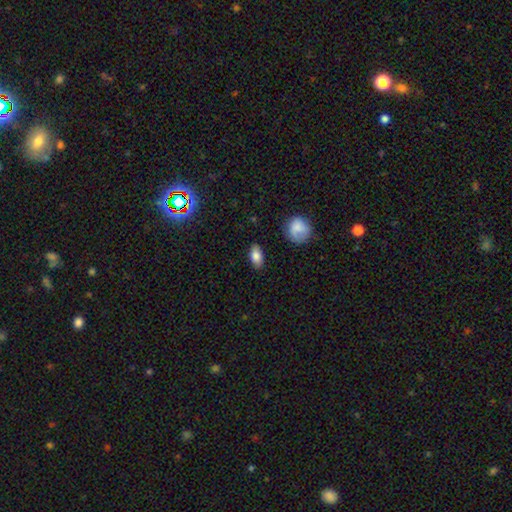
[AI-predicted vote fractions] Morphology: type=smooth (83%); roundness=in between (89%); merging=none (87%).